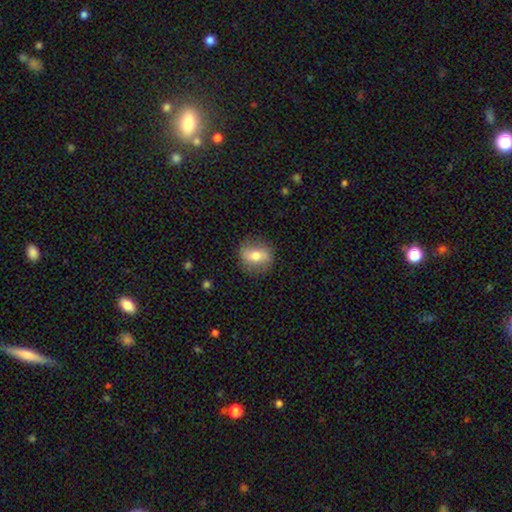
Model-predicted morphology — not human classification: Smooth or featured? Predicted: smooth (p=0.51). How rounded? Predicted: round (p=0.63). Merging? Predicted: none (p=0.84).